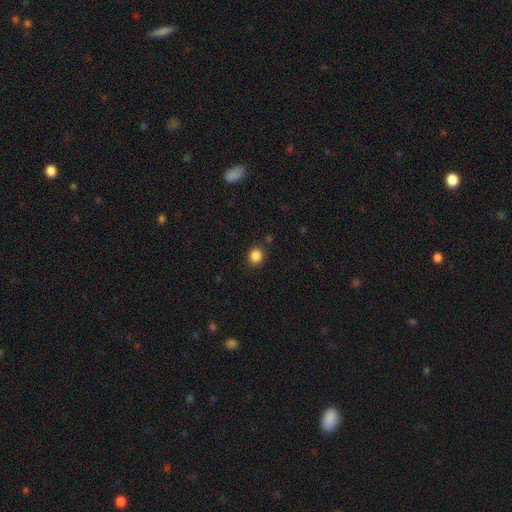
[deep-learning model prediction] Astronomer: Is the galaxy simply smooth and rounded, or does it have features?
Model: smooth — 86%.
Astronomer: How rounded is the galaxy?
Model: round — 80%.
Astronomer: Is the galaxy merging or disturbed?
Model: none — 88%.